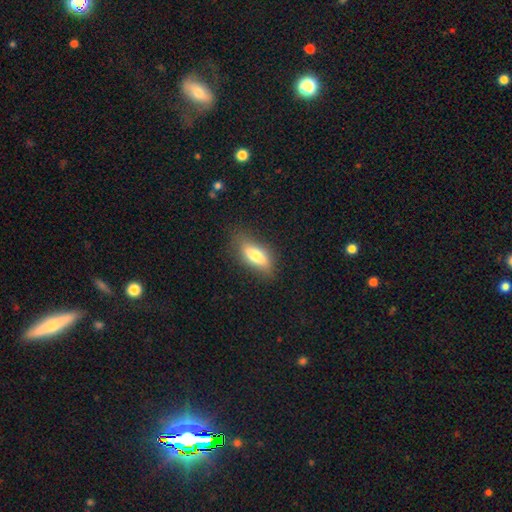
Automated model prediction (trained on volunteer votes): Smooth or featured? Predicted: smooth (p=0.69). How rounded? Predicted: in between (p=0.66). Merging? Predicted: none (p=0.77).